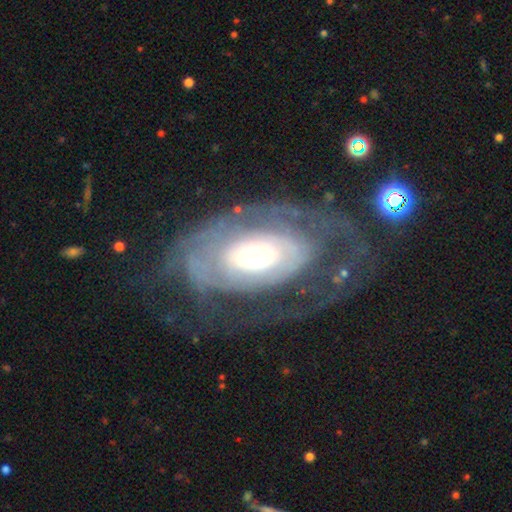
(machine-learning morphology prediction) Q: Smooth or featured?
A: featured or disk (82%); runner-up: smooth (13%)
Q: Edge-on disk?
A: no (94%); runner-up: yes (6%)
Q: Bar?
A: no (71%); runner-up: weak (21%)
Q: Spiral arms?
A: yes (80%); runner-up: no (20%)
Q: Spiral winding?
A: tight (64%); runner-up: medium (24%)
Q: Spiral arm count?
A: can't tell (47%); runner-up: 2 (23%)
Q: Bulge size?
A: moderate (53%); runner-up: large (27%)
Q: Merging?
A: none (57%); runner-up: major disturbance (24%)